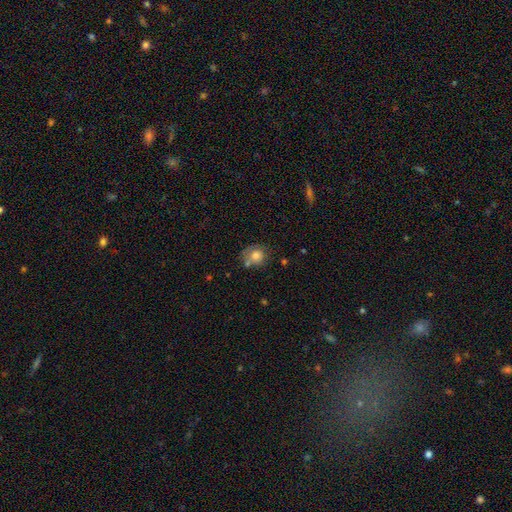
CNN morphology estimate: Smooth or featured? smooth (73%)
How rounded? round (76%)
Merging? none (54%)